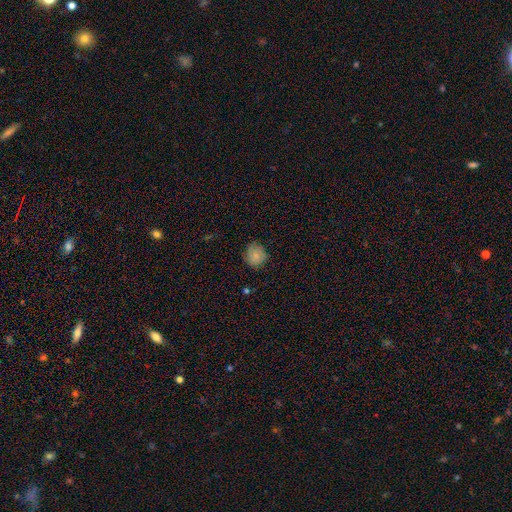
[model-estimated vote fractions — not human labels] The model was most divided on "merging": none: 76%, minor disturbance: 19%, major disturbance: 4%, merger: 1%. More confident: how rounded — round (81%); smooth or featured — smooth (79%).